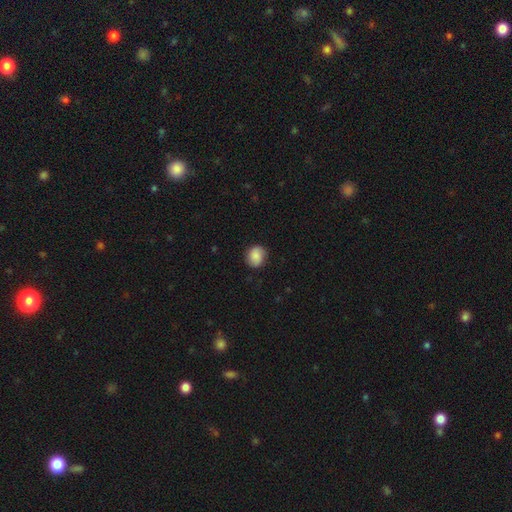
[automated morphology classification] Smooth or featured?
  - smooth: 83% *
  - featured or disk: 9%
  - star or artifact: 8%
How rounded?
  - round: 65% *
  - in between: 34%
  - cigar-shaped: 1%
Merging?
  - none: 82% *
  - minor disturbance: 14%
  - major disturbance: 3%
  - merger: 1%